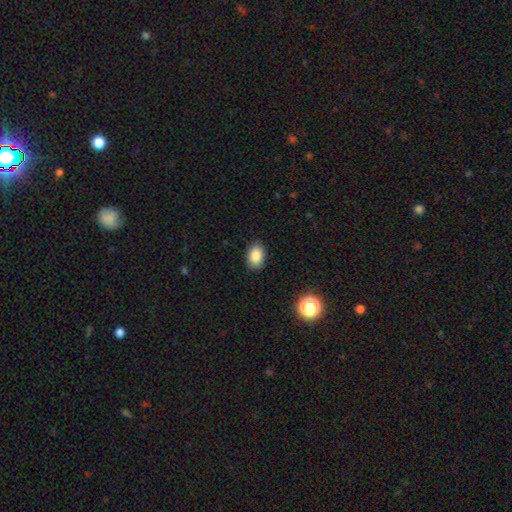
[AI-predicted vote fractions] Smooth or featured?
  - smooth: 86% *
  - star or artifact: 9%
  - featured or disk: 5%
How rounded?
  - in between: 82% *
  - round: 17%
  - cigar-shaped: 1%
Merging?
  - none: 88% *
  - minor disturbance: 9%
  - major disturbance: 2%
  - merger: 1%